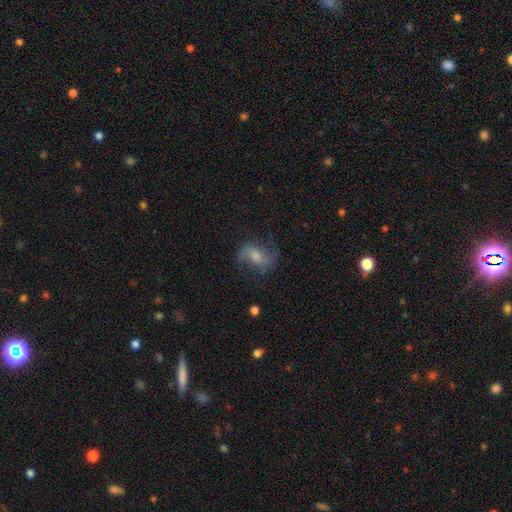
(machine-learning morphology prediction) Smooth or featured: featured or disk — 68% (smooth — 20%)
Edge-on disk: no — 96% (yes — 4%)
Bar: weak — 44% (no — 42%)
Spiral arms: yes — 91% (no — 9%)
Spiral winding: loose — 55% (medium — 36%)
Spiral arm count: 2 — 82% (can't tell — 7%)
Bulge size: moderate — 47% (small — 30%)
Merging: none — 66% (minor disturbance — 19%)